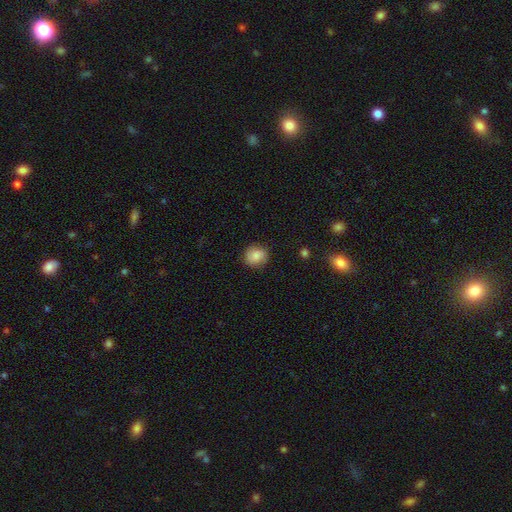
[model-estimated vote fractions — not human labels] smooth-or-featured: smooth: 84% | star or artifact: 8% | featured or disk: 8%
  how-rounded: round: 77% | in between: 22% | cigar-shaped: 1%
  merging: none: 84% | minor disturbance: 12% | major disturbance: 3% | merger: 1%